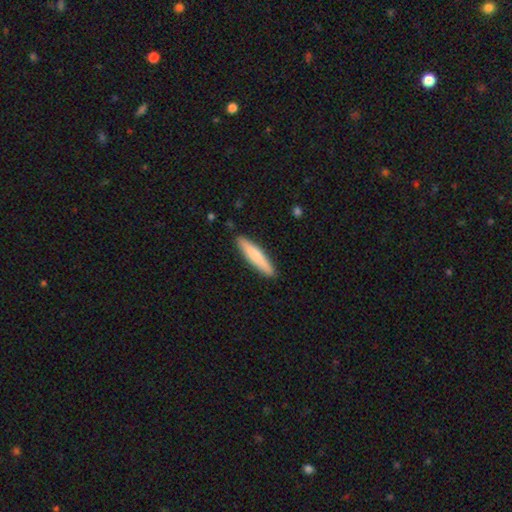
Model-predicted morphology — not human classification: Overall: smooth (74%). How rounded: cigar-shaped (89%). Merging: none (90%).